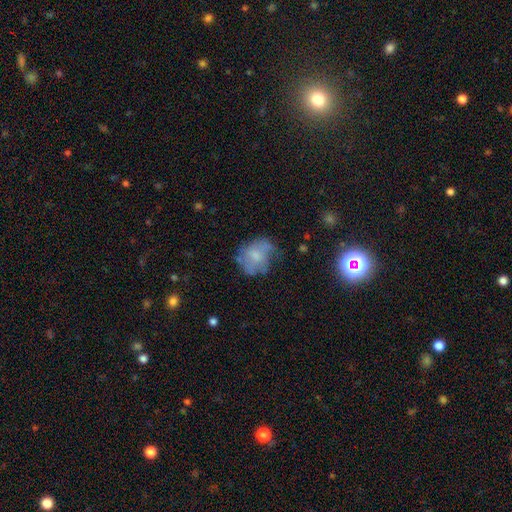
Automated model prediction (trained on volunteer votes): smooth-or-featured: smooth: 52% | featured or disk: 38% | star or artifact: 11%
  how-rounded: round: 54% | in between: 45% | cigar-shaped: 1%
  merging: none: 45% | minor disturbance: 30% | major disturbance: 22% | merger: 3%